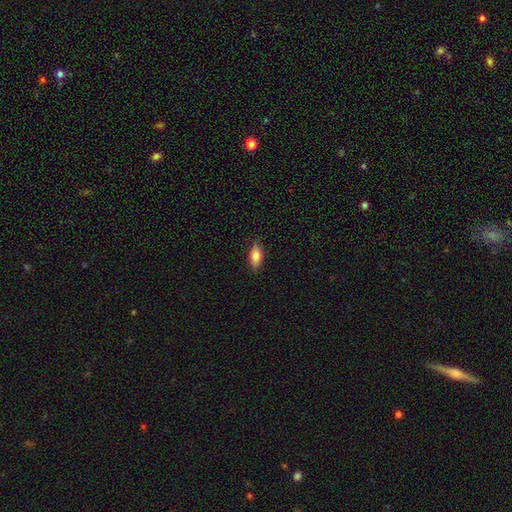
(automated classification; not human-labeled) This is likely a smooth galaxy (78%). How rounded: likely in between (77%). Merging: clearly none (87%).